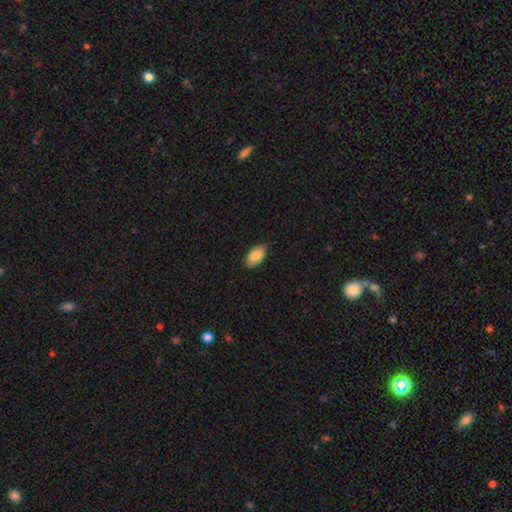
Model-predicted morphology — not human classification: The model was most divided on "merging": none: 81%, minor disturbance: 16%, major disturbance: 2%, merger: 1%. More confident: how rounded — in between (94%); smooth or featured — smooth (85%).